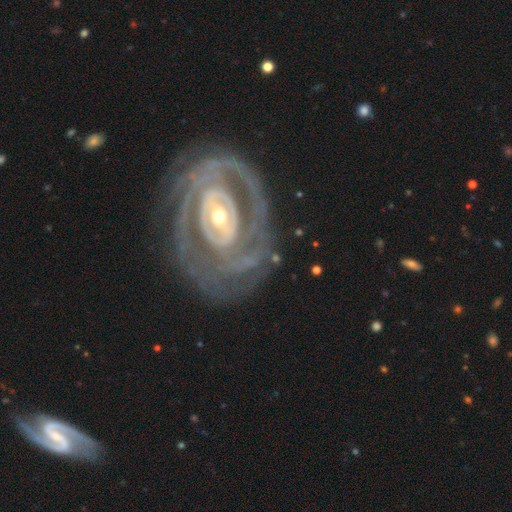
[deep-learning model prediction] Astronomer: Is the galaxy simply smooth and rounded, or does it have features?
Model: featured or disk — 86%.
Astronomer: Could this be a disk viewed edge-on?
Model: no — 96%.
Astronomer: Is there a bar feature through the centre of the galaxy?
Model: no — 48% (runner-up: weak, 28%).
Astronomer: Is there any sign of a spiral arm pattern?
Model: yes — 83%.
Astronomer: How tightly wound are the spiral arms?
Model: tight — 73%.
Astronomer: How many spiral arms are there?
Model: can't tell — 35% (runner-up: 2, 33%).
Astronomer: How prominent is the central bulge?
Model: small — 59% (runner-up: moderate, 34%).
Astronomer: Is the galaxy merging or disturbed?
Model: none — 73%.